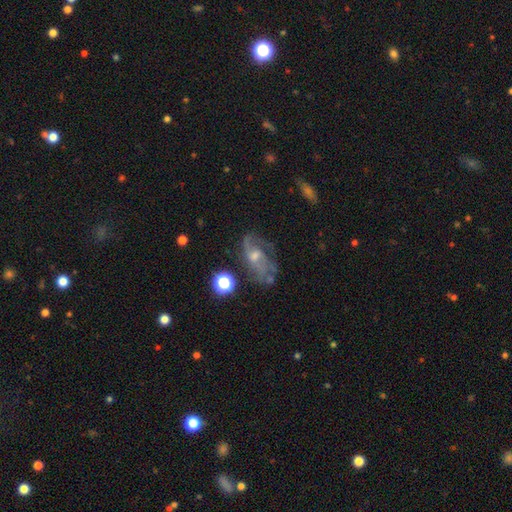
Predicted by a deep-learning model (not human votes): featured or disk 68%, smooth 18%, star or artifact 14%. Down the decision tree: edge-on disk — no (94%); bar — no (63%); spiral arms — yes (76%); bulge size — small (46%); merging — none (54%).